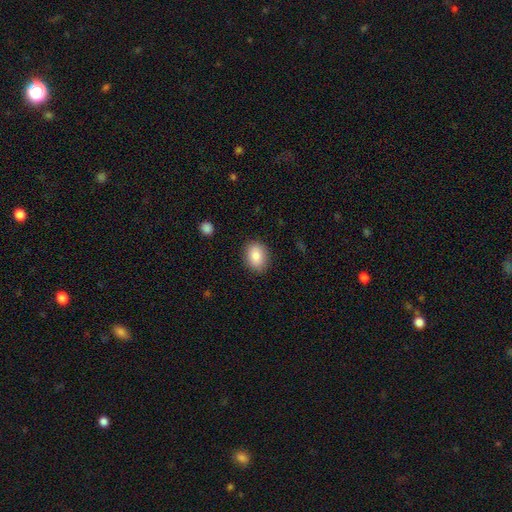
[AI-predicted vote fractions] Smooth or featured? Predicted: smooth (p=0.86). How rounded? Predicted: in between (p=0.68). Merging? Predicted: none (p=0.87).